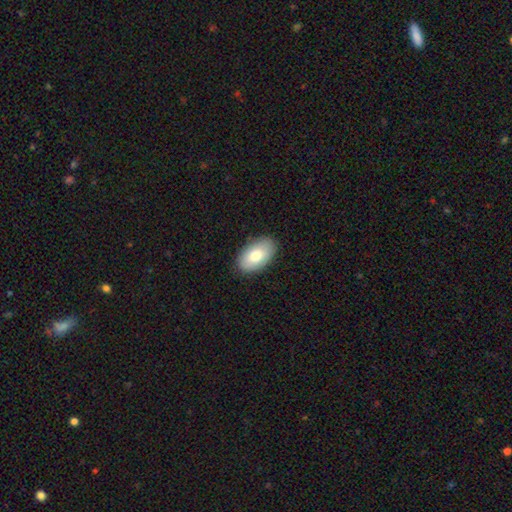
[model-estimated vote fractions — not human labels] Overall: smooth (79%). How rounded: in between (95%). Merging: none (87%).